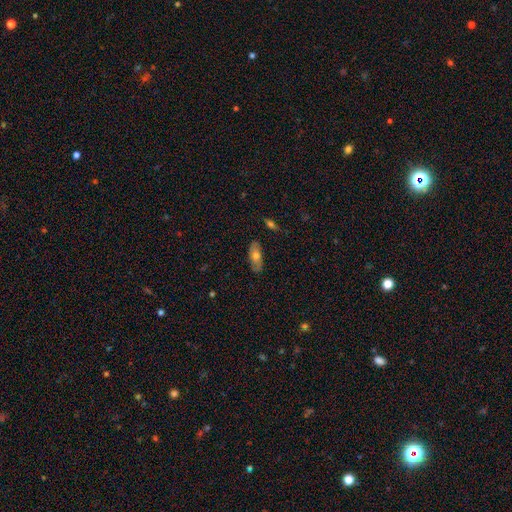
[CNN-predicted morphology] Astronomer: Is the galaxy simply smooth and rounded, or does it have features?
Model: smooth — 63%.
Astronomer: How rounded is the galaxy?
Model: in between — 75%.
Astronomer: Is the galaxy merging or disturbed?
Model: none — 82%.